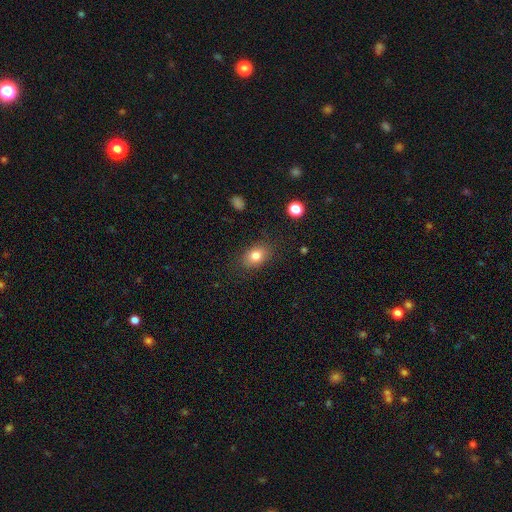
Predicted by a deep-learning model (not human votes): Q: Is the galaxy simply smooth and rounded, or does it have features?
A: smooth — 80%.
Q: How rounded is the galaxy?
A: in between — 73%.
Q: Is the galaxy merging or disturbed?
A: none — 84%.